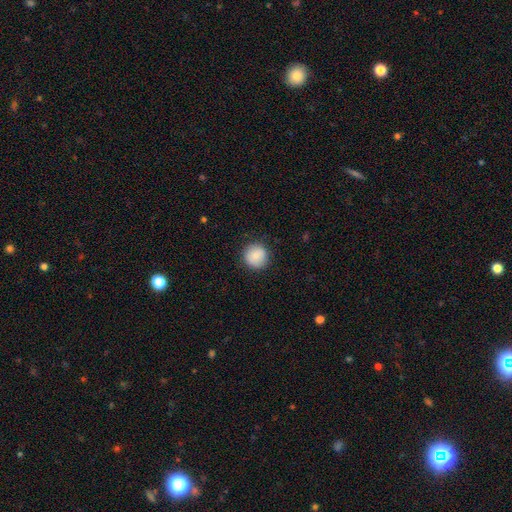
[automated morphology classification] smooth 87%, star or artifact 7%, featured or disk 6%. Down the decision tree: how rounded — round (94%); merging — none (89%).